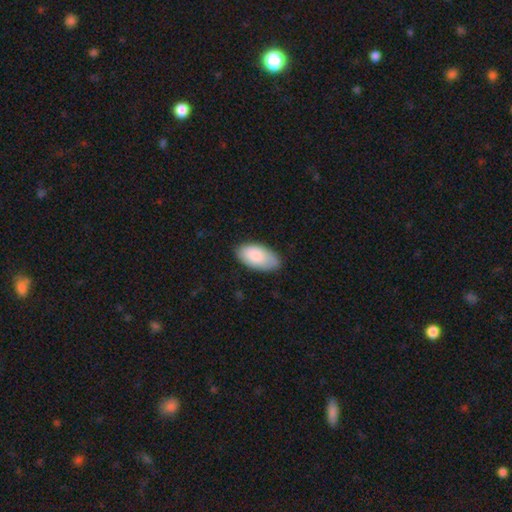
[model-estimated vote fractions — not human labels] Smooth or featured?
  - smooth: 85% *
  - featured or disk: 9%
  - star or artifact: 5%
How rounded?
  - in between: 96% *
  - round: 2%
  - cigar-shaped: 2%
Merging?
  - none: 80% *
  - minor disturbance: 16%
  - major disturbance: 3%
  - merger: 1%